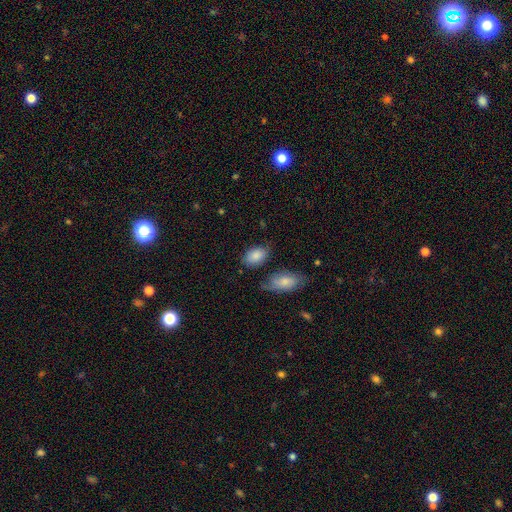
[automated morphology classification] Smooth or featured?
  - smooth: 85% *
  - featured or disk: 8%
  - star or artifact: 7%
How rounded?
  - in between: 88% *
  - round: 10%
  - cigar-shaped: 1%
Merging?
  - none: 65% *
  - minor disturbance: 22%
  - merger: 7%
  - major disturbance: 6%